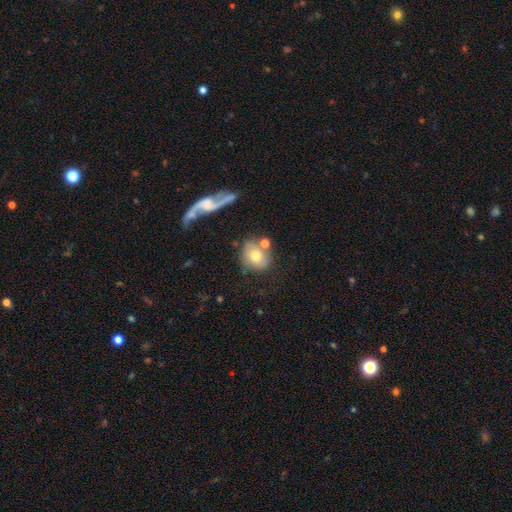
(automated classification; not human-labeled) A smooth galaxy with no disk features (64%) that is round (72%).

Vote fractions:
- Smooth or featured? smooth: 64% / featured or disk: 27% / star or artifact: 9%
- How rounded? round: 72% / in between: 27% / cigar-shaped: 2%
- Merging? none: 59% / merger: 19% / minor disturbance: 16% / major disturbance: 7%